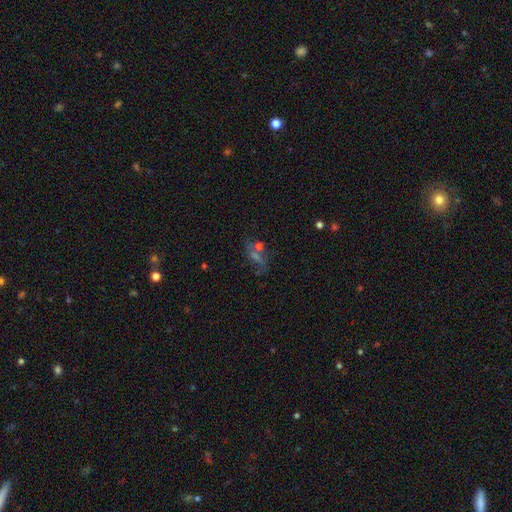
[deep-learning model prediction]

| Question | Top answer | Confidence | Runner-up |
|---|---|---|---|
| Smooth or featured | featured or disk | 37% | star or artifact (32%) |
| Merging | none | 54% | minor disturbance (17%) |